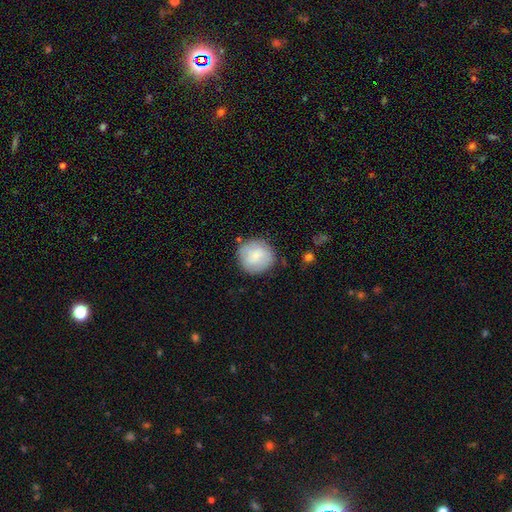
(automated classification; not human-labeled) Overall: smooth (68%). How rounded: round (91%). Merging: none (78%).